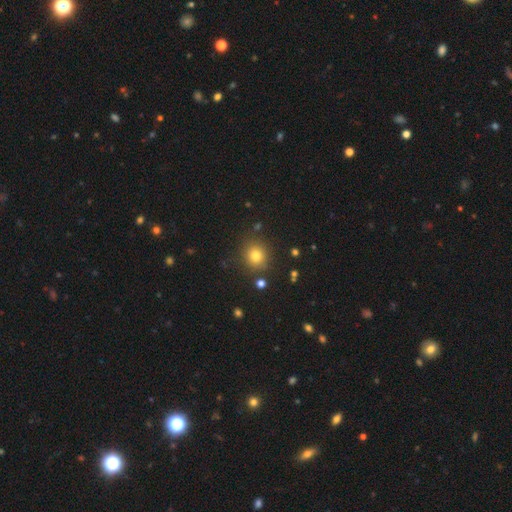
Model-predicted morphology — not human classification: Smooth or featured? Predicted: smooth (p=0.78). How rounded? Predicted: round (p=0.85). Merging? Predicted: none (p=0.85).